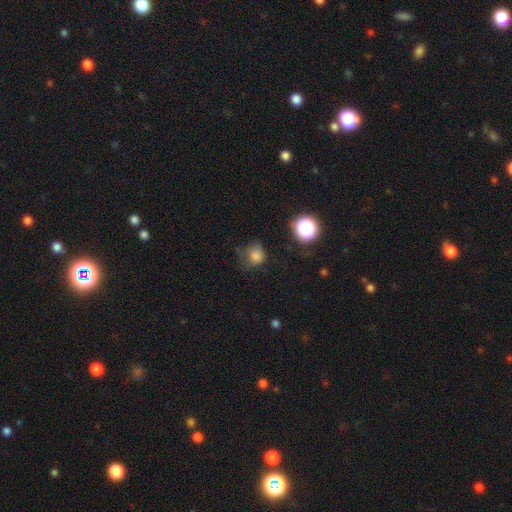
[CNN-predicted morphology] Smooth or featured? Predicted: smooth (p=0.76). How rounded? Predicted: round (p=0.73). Merging? Predicted: none (p=0.50).